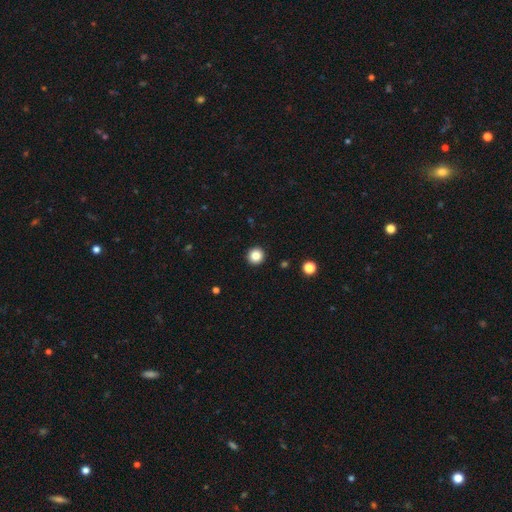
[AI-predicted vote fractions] Smooth or featured? Predicted: smooth (p=0.84). How rounded? Predicted: round (p=0.95). Merging? Predicted: none (p=0.93).